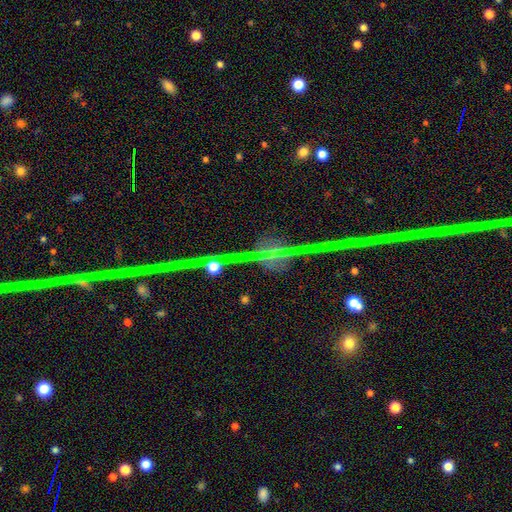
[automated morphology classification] Smooth or featured?
  - star or artifact: 62% *
  - featured or disk: 29%
  - smooth: 9%